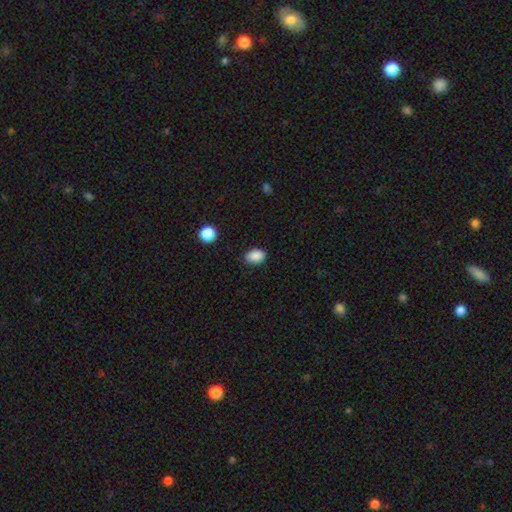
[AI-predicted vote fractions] A smooth galaxy with no disk features (88%) that is in between round and cigar-shaped (79%).

Vote fractions:
- Smooth or featured? smooth: 88% / star or artifact: 9% / featured or disk: 3%
- How rounded? in between: 79% / round: 20% / cigar-shaped: 1%
- Merging? none: 84% / minor disturbance: 12% / major disturbance: 3% / merger: 1%